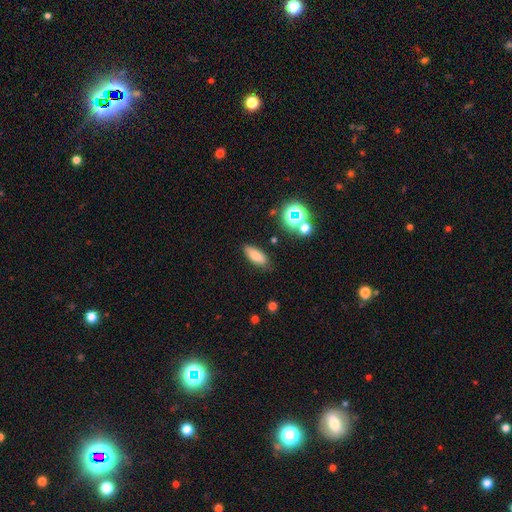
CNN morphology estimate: This is likely a smooth galaxy (78%). How rounded: likely in between (71%). Merging: clearly none (80%).